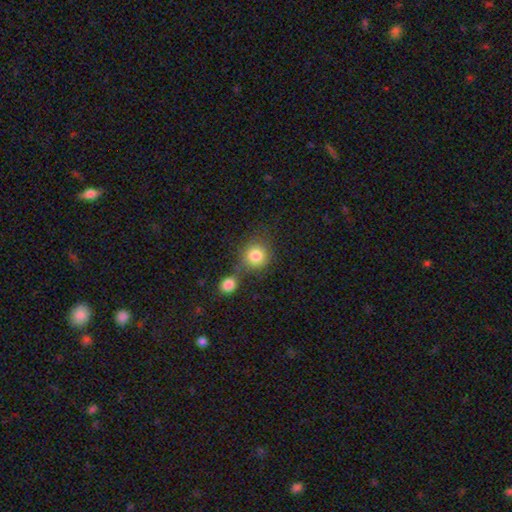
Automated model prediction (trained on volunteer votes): smooth 84%, star or artifact 10%, featured or disk 7%. Down the decision tree: how rounded — round (87%); merging — none (57%).